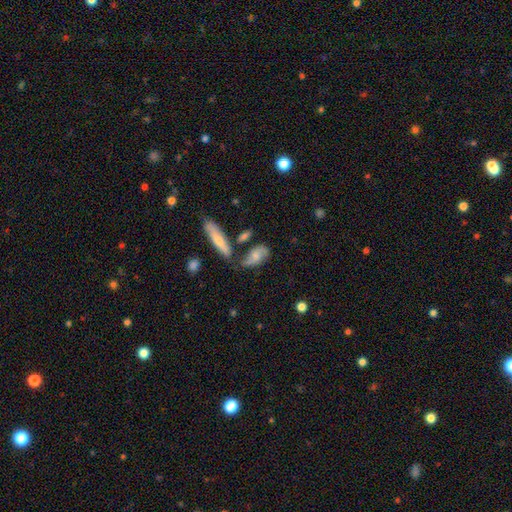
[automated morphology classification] Smooth or featured?
  - smooth: 51% *
  - featured or disk: 41%
  - star or artifact: 7%
How rounded?
  - in between: 77% *
  - cigar-shaped: 17%
  - round: 6%
Merging?
  - none: 51% *
  - minor disturbance: 24%
  - merger: 16%
  - major disturbance: 9%